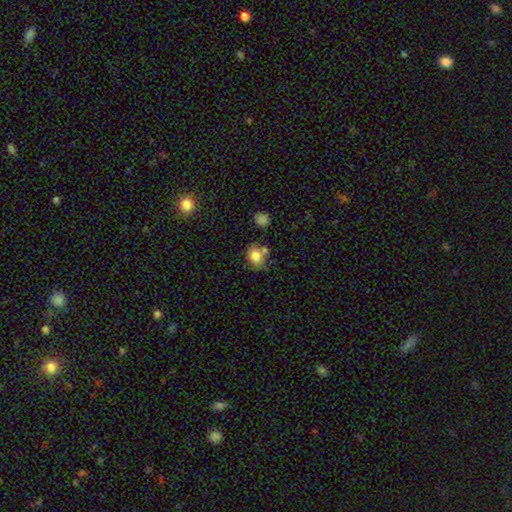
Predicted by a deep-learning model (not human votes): This is likely a smooth galaxy (79%). How rounded: likely round (61%). Merging: possibly none (54%).